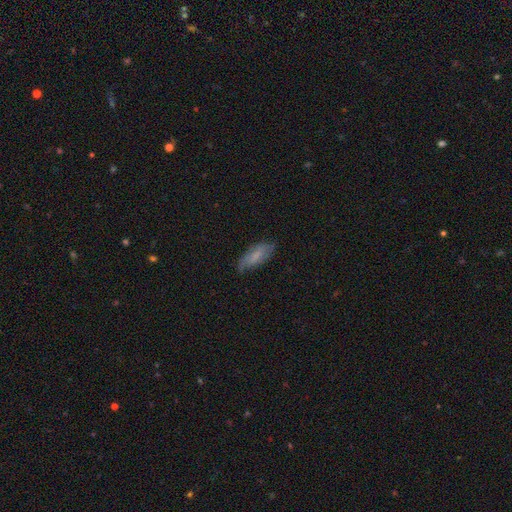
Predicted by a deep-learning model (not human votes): Q: Smooth or featured?
A: smooth (60%); runner-up: featured or disk (33%)
Q: How rounded?
A: in between (73%); runner-up: cigar-shaped (25%)
Q: Merging?
A: none (66%); runner-up: minor disturbance (26%)